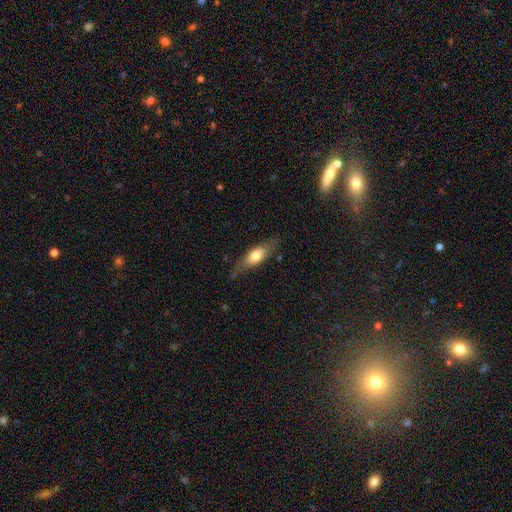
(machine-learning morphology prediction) smooth 61%, featured or disk 32%, star or artifact 6%. Down the decision tree: how rounded — in between (60%); merging — none (74%).